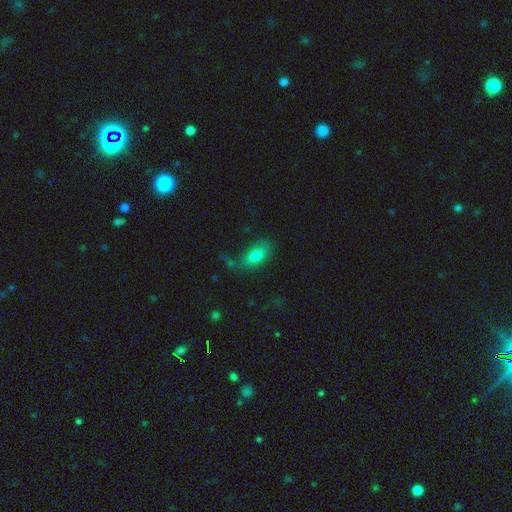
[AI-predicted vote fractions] Smooth or featured? Predicted: smooth (p=0.80). How rounded? Predicted: in between (p=0.89). Merging? Predicted: none (p=0.60).